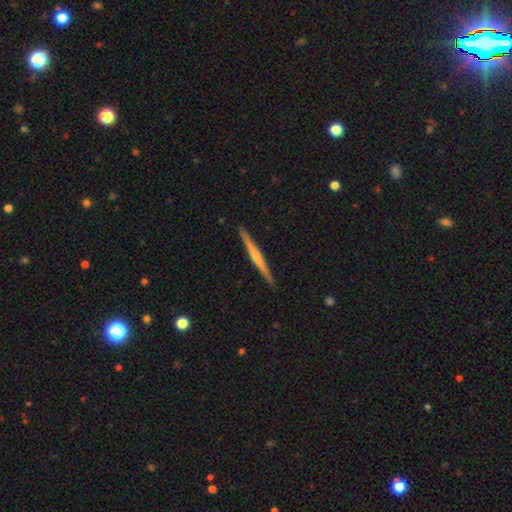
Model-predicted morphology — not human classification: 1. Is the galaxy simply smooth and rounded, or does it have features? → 73% featured or disk, 22% smooth, 5% star or artifact.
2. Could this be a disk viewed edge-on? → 98% yes, 2% no.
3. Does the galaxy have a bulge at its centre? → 66% rounded, 27% none, 7% boxy.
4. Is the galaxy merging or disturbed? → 92% none, 5% minor disturbance, 1% major disturbance, 1% merger.